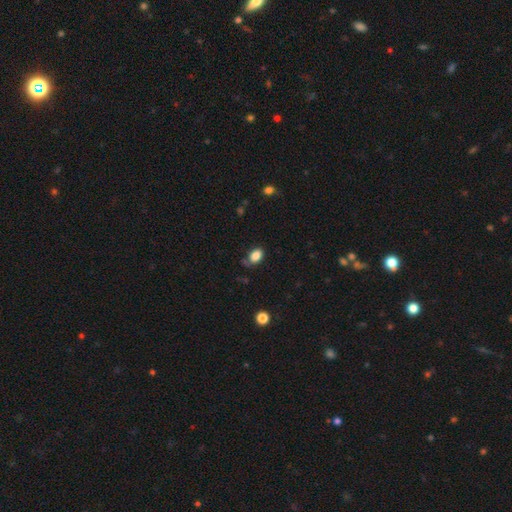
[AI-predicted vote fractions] Smooth or featured?
  - smooth: 85% *
  - star or artifact: 9%
  - featured or disk: 6%
How rounded?
  - in between: 87% *
  - round: 11%
  - cigar-shaped: 1%
Merging?
  - none: 69% *
  - minor disturbance: 22%
  - major disturbance: 6%
  - merger: 4%